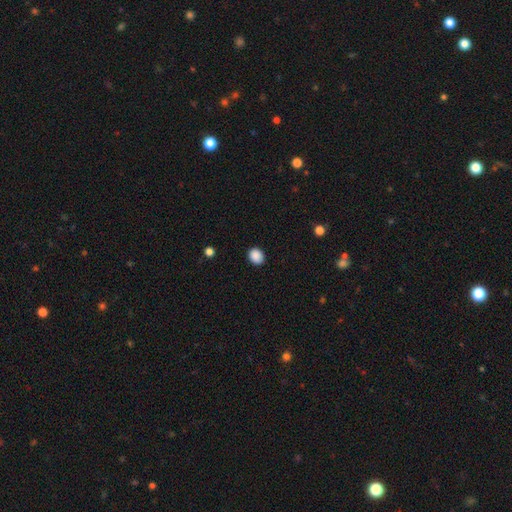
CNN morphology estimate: Smooth or featured?
  - smooth: 89% *
  - star or artifact: 9%
  - featured or disk: 2%
How rounded?
  - round: 61% *
  - in between: 39%
  - cigar-shaped: 1%
Merging?
  - none: 89% *
  - minor disturbance: 8%
  - major disturbance: 2%
  - merger: 1%